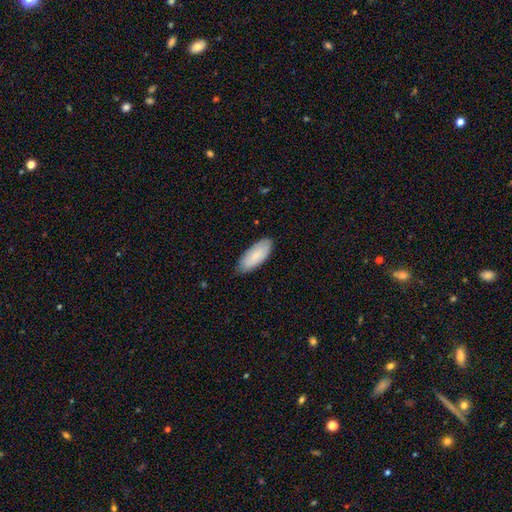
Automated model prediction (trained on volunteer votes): smooth 84%, featured or disk 10%, star or artifact 5%. Down the decision tree: how rounded — in between (83%); merging — none (81%).